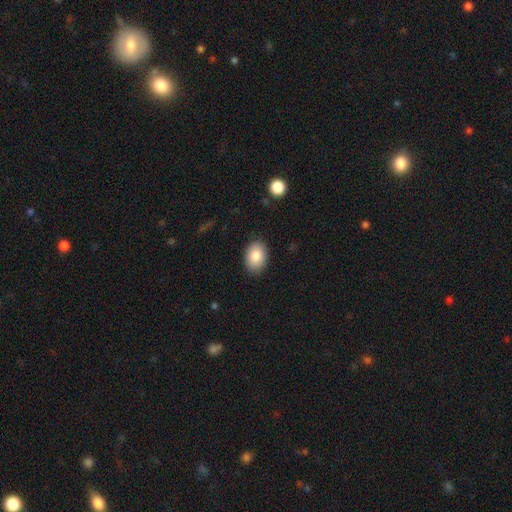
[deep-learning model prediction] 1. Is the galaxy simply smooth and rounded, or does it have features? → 85% smooth, 8% featured or disk, 7% star or artifact.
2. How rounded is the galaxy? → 80% in between, 19% round, 1% cigar-shaped.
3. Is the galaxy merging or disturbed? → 87% none, 10% minor disturbance, 2% major disturbance, 1% merger.